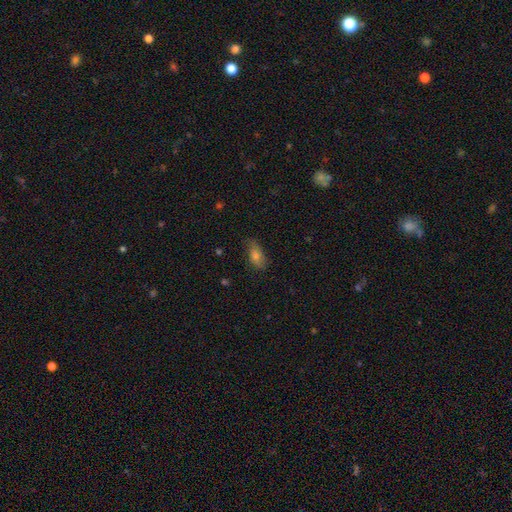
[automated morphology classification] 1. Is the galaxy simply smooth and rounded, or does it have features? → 68% smooth, 20% featured or disk, 12% star or artifact.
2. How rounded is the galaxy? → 83% in between, 11% cigar-shaped, 6% round.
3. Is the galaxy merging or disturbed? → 73% none, 21% minor disturbance, 5% major disturbance, 1% merger.